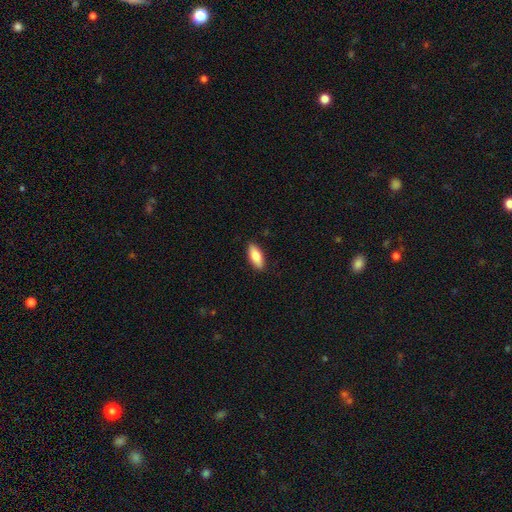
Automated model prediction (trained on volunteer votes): smooth_or_featured: smooth (p=0.82) [alt: featured or disk p=0.12]
how_rounded: in between (p=0.79) [alt: cigar-shaped p=0.19]
merging: none (p=0.89) [alt: minor disturbance p=0.08]